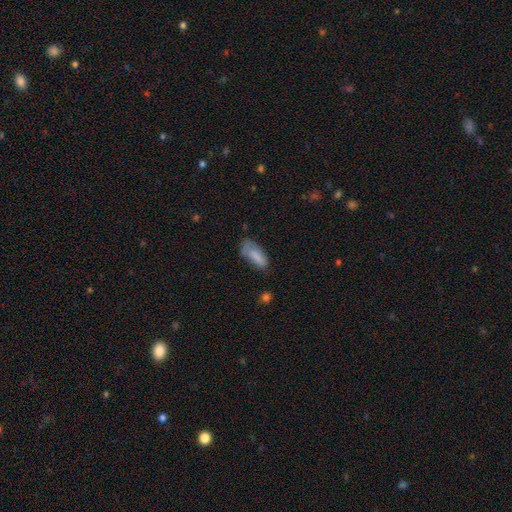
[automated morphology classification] The model was most divided on "merging": none: 50%, minor disturbance: 33%, major disturbance: 13%, merger: 4%. More confident: how rounded — in between (80%); smooth or featured — smooth (80%).